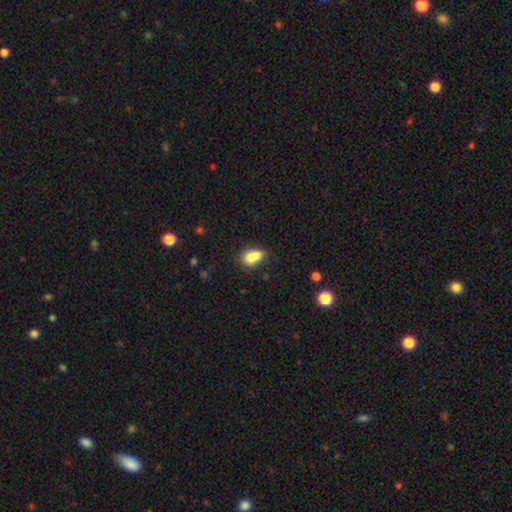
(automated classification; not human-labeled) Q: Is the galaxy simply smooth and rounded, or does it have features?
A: smooth — 75%.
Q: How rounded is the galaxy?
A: in between — 72%.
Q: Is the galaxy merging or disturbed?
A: merger — 46%.